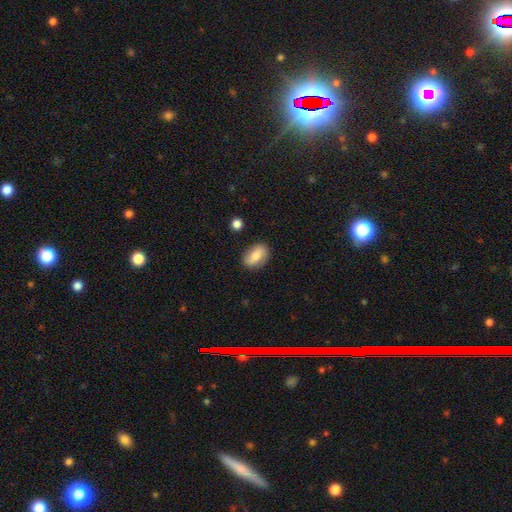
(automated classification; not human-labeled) smooth 70%, featured or disk 23%, star or artifact 7%. Down the decision tree: how rounded — in between (83%); merging — none (83%).